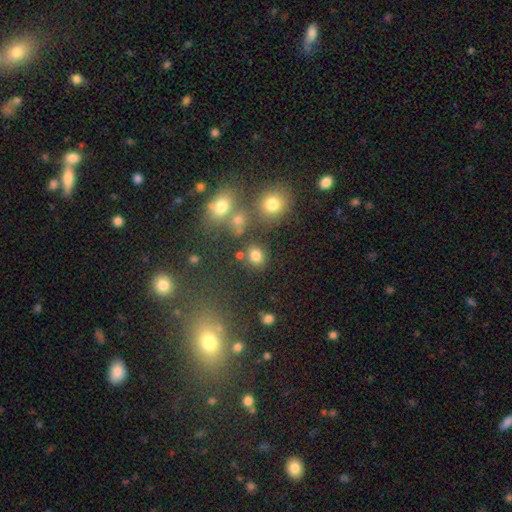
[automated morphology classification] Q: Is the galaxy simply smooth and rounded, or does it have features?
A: smooth — 77%.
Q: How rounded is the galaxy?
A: round — 57%.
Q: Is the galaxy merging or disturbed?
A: none — 77%.